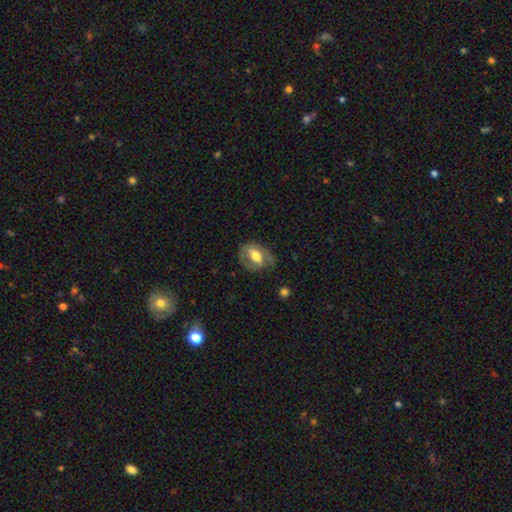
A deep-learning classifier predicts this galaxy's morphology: smooth-or-featured: featured or disk: 56% | smooth: 38% | star or artifact: 6%
  disk-edge-on: no: 92% | yes: 8%
    bar: weak: 36% | strong: 32% | no: 32%
    has-spiral-arms: yes: 58% | no: 42%
    bulge-size: moderate: 64% | large: 24% | small: 9% | dominant: 2% | none: 1%
  merging: none: 62% | minor disturbance: 24% | major disturbance: 12% | merger: 2%